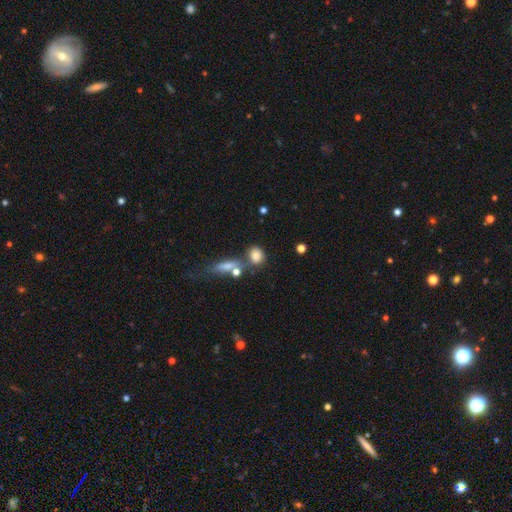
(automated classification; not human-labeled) Q: Smooth or featured?
A: smooth (80%); runner-up: star or artifact (11%)
Q: How rounded?
A: round (52%); runner-up: in between (42%)
Q: Merging?
A: none (54%); runner-up: merger (24%)